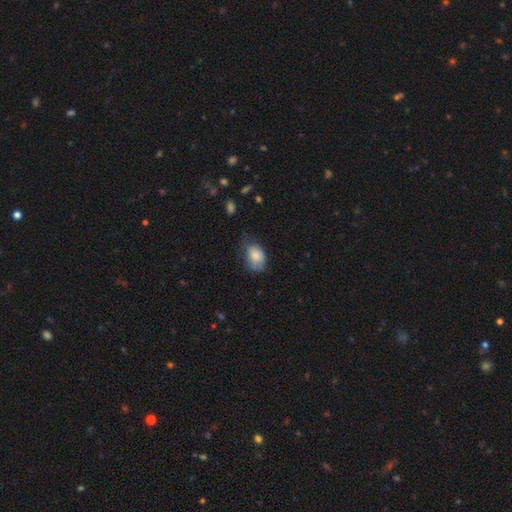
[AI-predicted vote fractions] A smooth galaxy with no disk features (82%) that is in between round and cigar-shaped (81%).

Vote fractions:
- Smooth or featured? smooth: 82% / featured or disk: 11% / star or artifact: 7%
- How rounded? in between: 81% / round: 18% / cigar-shaped: 1%
- Merging? none: 46% / minor disturbance: 38% / major disturbance: 15% / merger: 2%